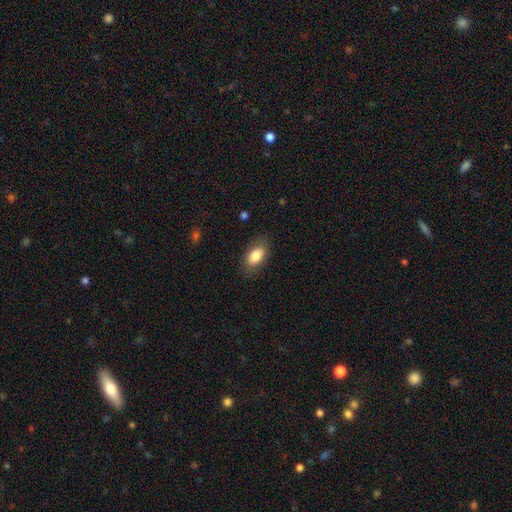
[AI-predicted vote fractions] smooth-or-featured: smooth: 82% | featured or disk: 11% | star or artifact: 7%
  how-rounded: in between: 91% | round: 6% | cigar-shaped: 4%
  merging: none: 82% | minor disturbance: 13% | major disturbance: 4% | merger: 1%